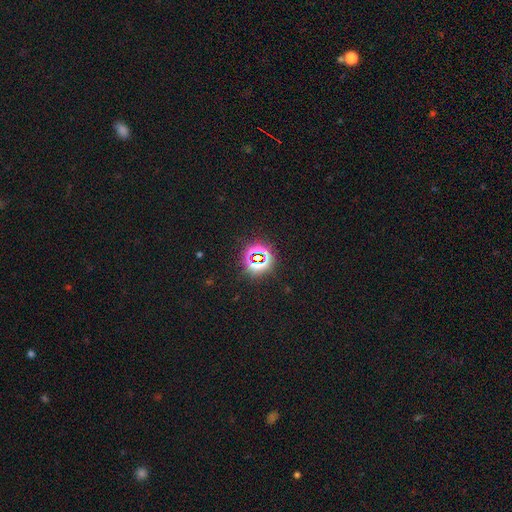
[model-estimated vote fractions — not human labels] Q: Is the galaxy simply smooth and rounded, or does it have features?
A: star or artifact — 72%.